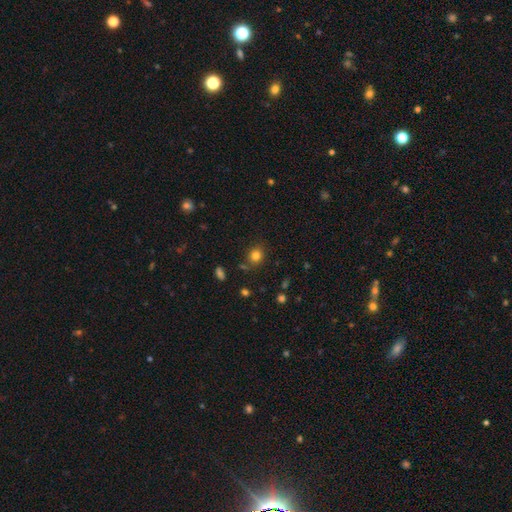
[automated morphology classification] Smooth or featured?
  - smooth: 81% *
  - star or artifact: 13%
  - featured or disk: 6%
How rounded?
  - round: 75% *
  - in between: 24%
  - cigar-shaped: 1%
Merging?
  - none: 81% *
  - minor disturbance: 11%
  - merger: 4%
  - major disturbance: 3%